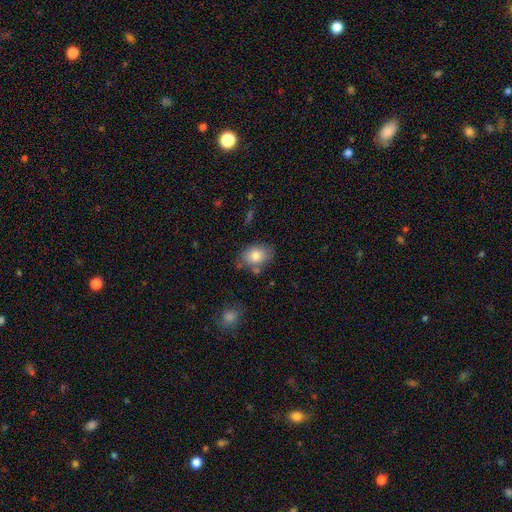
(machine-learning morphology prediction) smooth 79%, featured or disk 13%, star or artifact 8%. Down the decision tree: how rounded — in between (74%); merging — none (69%).